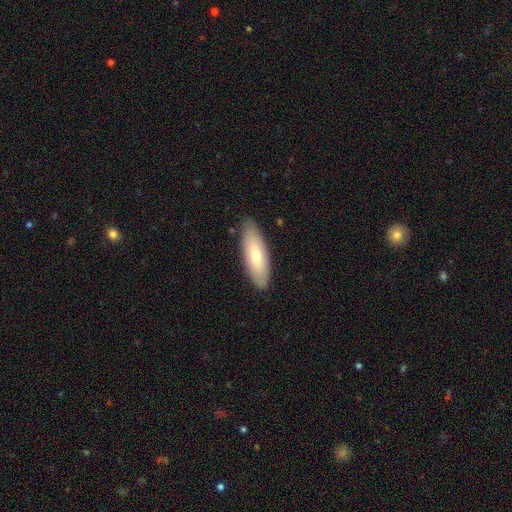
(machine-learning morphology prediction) smooth-or-featured: smooth: 72% | featured or disk: 23% | star or artifact: 5%
  how-rounded: in between: 59% | cigar-shaped: 40% | round: 2%
  merging: none: 84% | minor disturbance: 12% | major disturbance: 2% | merger: 1%